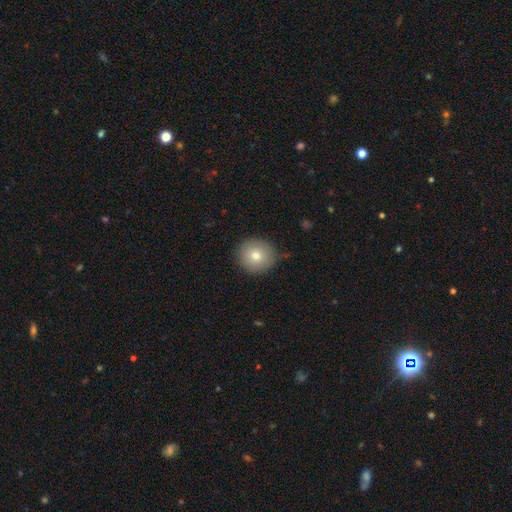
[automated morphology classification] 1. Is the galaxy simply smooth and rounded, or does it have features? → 76% smooth, 14% featured or disk, 10% star or artifact.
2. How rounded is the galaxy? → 92% round, 7% in between, 1% cigar-shaped.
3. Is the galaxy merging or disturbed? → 81% none, 14% minor disturbance, 3% major disturbance, 2% merger.